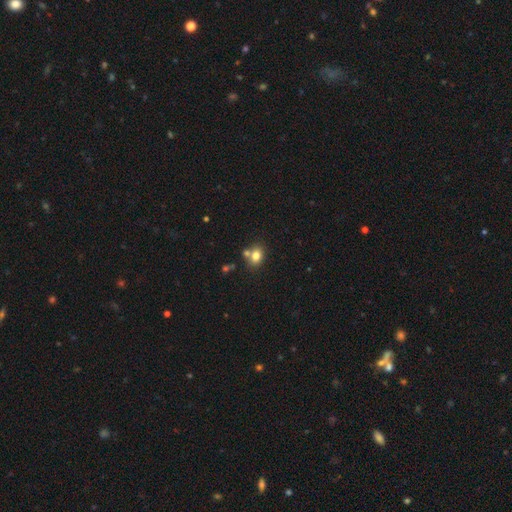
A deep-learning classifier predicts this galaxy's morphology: This appears to be a smooth galaxy with no disk features (79%) that is in between round and cigar-shaped (62%). Merging: none (59%).